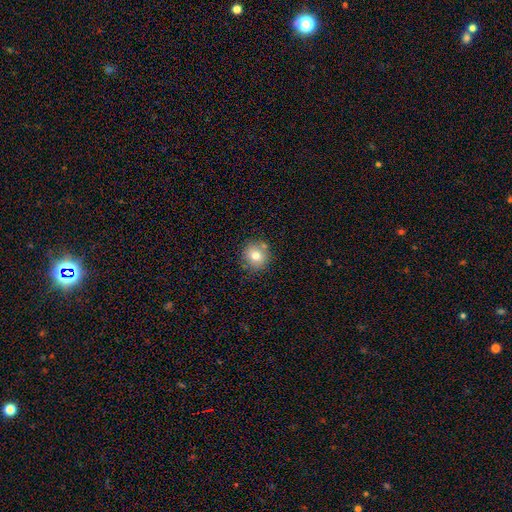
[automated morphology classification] smooth-or-featured: smooth: 76% | featured or disk: 13% | star or artifact: 11%
  how-rounded: round: 91% | in between: 8% | cigar-shaped: 1%
  merging: none: 76% | minor disturbance: 13% | merger: 8% | major disturbance: 3%